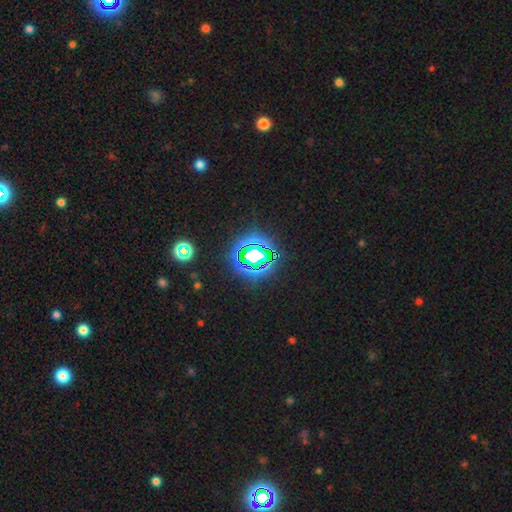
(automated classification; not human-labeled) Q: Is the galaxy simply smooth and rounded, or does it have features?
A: star or artifact — 72%.